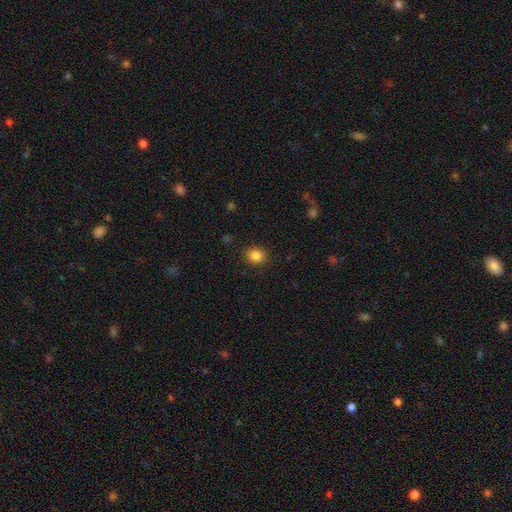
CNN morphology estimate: Overall: smooth (85%). How rounded: round (72%). Merging: none (87%).